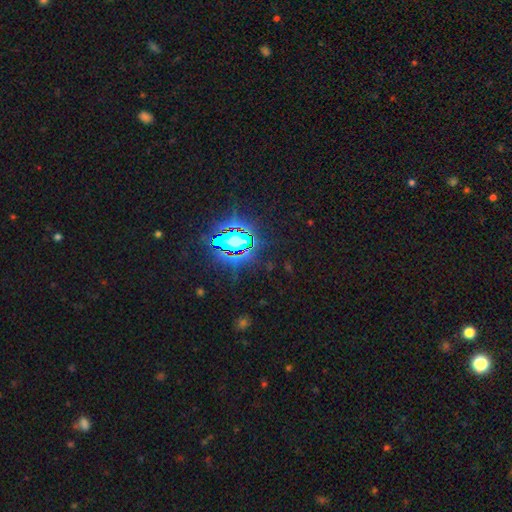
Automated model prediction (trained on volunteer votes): smooth_or_featured: star or artifact (p=0.83) [alt: smooth p=0.10]